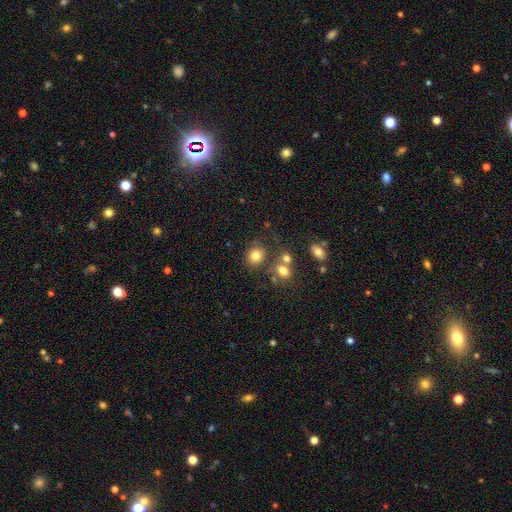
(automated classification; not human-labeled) This appears to be a smooth galaxy with no disk features (80%) that is round (69%). Merging: none (70%).